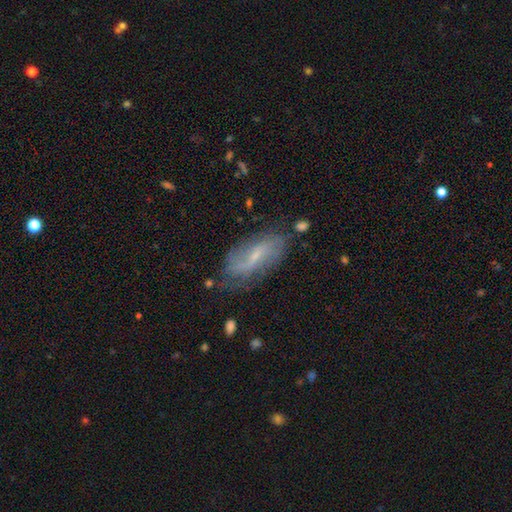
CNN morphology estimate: smooth-or-featured: featured or disk: 64% | smooth: 28% | star or artifact: 8%
  disk-edge-on: no: 89% | yes: 11%
    bar: weak: 50% | no: 29% | strong: 21%
    has-spiral-arms: yes: 83% | no: 17%
    bulge-size: small: 70% | moderate: 20% | none: 8% | large: 1% | dominant: 1%
  merging: none: 67% | minor disturbance: 22% | major disturbance: 8% | merger: 3%